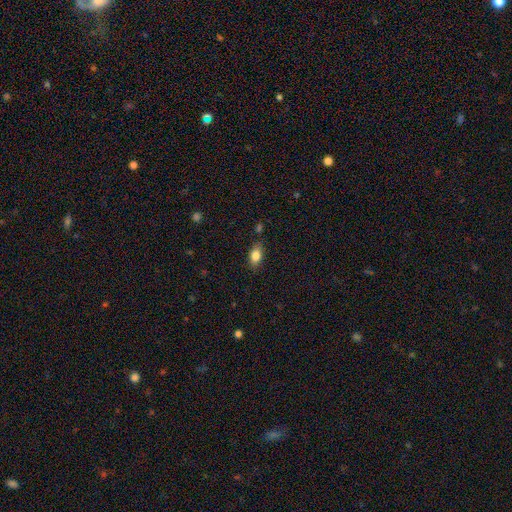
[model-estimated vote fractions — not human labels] smooth_or_featured: smooth (p=0.83) [alt: star or artifact p=0.09]
how_rounded: in between (p=0.86) [alt: round p=0.10]
merging: none (p=0.79) [alt: minor disturbance p=0.15]